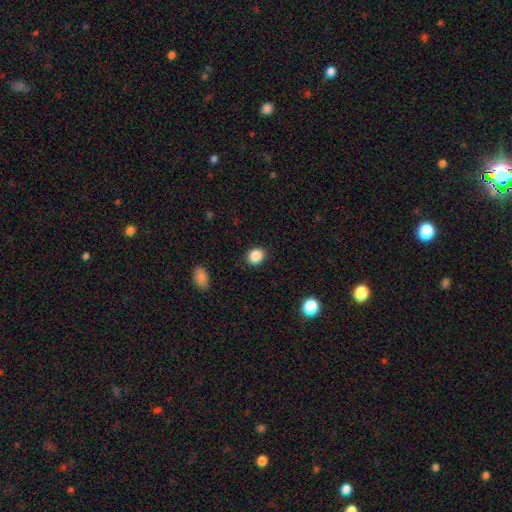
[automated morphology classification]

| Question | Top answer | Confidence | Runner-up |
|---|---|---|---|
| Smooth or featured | smooth | 87% | star or artifact (10%) |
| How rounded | round | 67% | in between (32%) |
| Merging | none | 88% | minor disturbance (8%) |